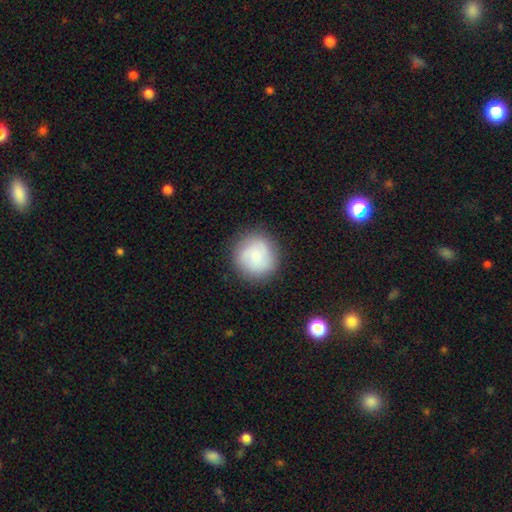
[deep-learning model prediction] A smooth galaxy with no disk features (72%) that is round (93%). Merging: none (84%).